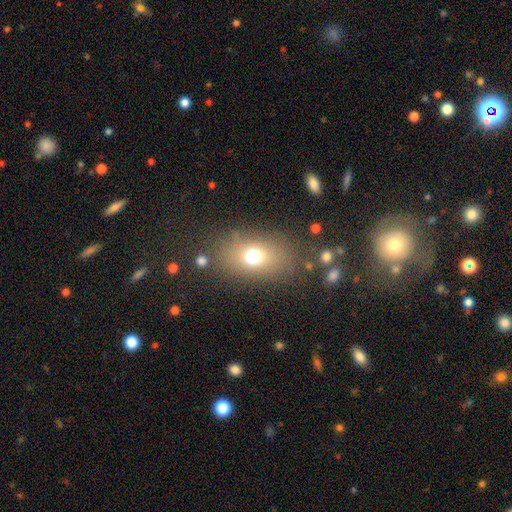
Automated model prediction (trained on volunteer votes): Overall: smooth (68%). How rounded: in between (72%). Merging: none (79%).